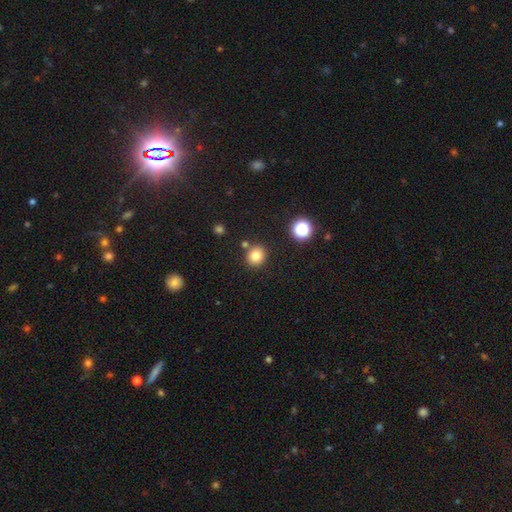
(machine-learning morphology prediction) smooth 80%, star or artifact 13%, featured or disk 7%. Down the decision tree: how rounded — round (85%); merging — none (82%).